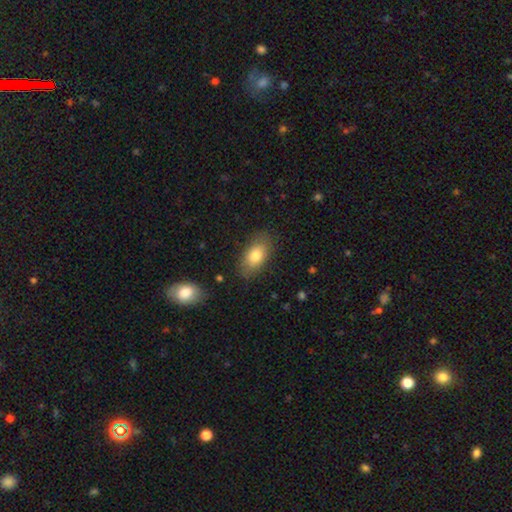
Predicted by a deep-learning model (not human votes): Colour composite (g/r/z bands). It shows a smooth galaxy with no disk features (79%) that is in between round and cigar-shaped (89%). Merging: none (82%).